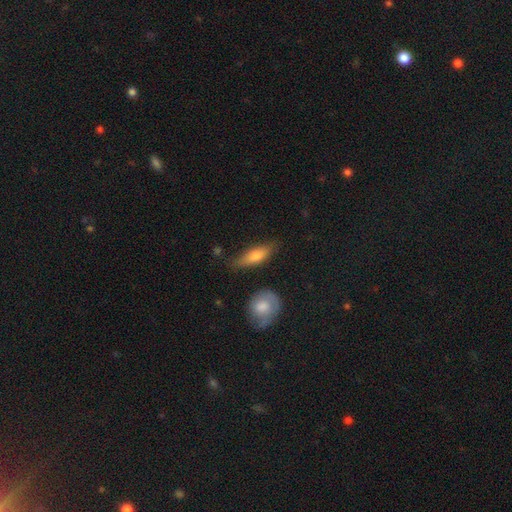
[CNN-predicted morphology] type=smooth (72%); roundness=in between (57%); merging=none (69%).